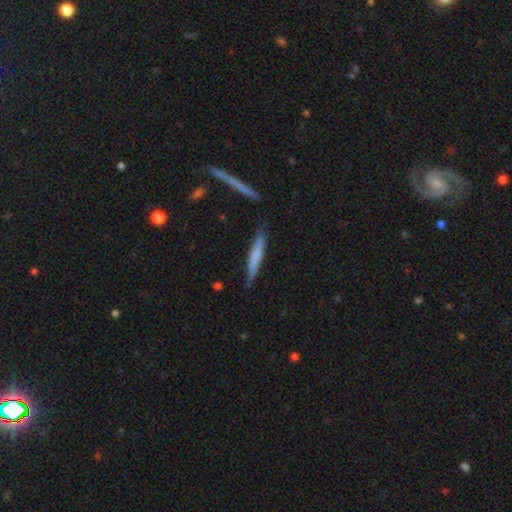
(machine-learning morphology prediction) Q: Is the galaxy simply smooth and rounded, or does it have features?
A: smooth — 61%.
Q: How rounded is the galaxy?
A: cigar-shaped — 94%.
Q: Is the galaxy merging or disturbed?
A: none — 84%.